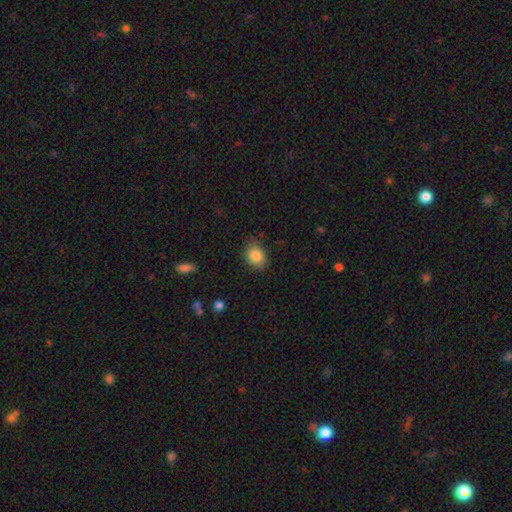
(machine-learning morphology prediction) This is clearly a smooth galaxy (85%). How rounded: possibly in between (53%). Merging: likely none (79%).